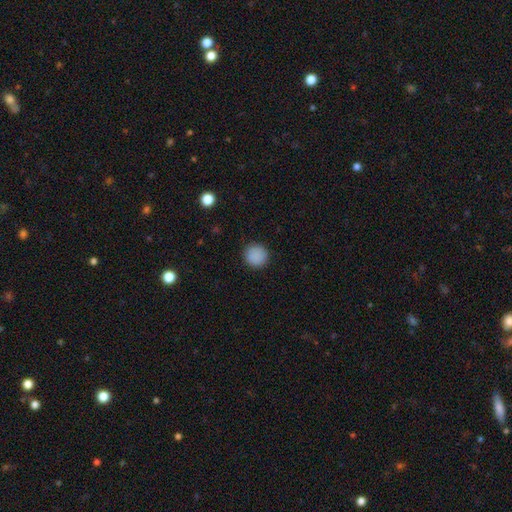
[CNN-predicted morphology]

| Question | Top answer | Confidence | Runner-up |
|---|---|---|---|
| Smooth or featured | smooth | 89% | star or artifact (9%) |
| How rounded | round | 95% | in between (5%) |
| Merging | none | 91% | minor disturbance (6%) |